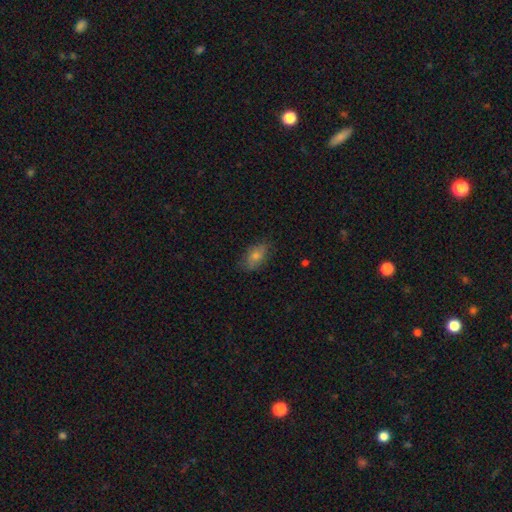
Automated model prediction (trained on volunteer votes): Smooth or featured: smooth — 71% (featured or disk — 18%)
How rounded: in between — 88% (round — 7%)
Merging: none — 81% (minor disturbance — 15%)